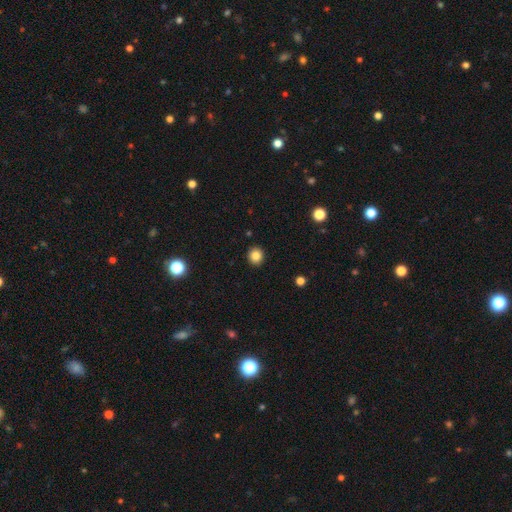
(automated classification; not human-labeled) This is clearly a smooth galaxy (84%). How rounded: clearly round (89%). Merging: clearly none (92%).